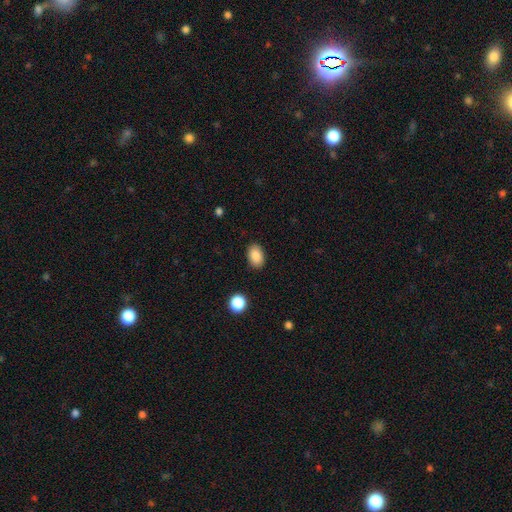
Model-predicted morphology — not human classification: Smooth or featured?
  - smooth: 87% *
  - star or artifact: 8%
  - featured or disk: 5%
How rounded?
  - in between: 85% *
  - round: 14%
  - cigar-shaped: 1%
Merging?
  - none: 88% *
  - minor disturbance: 9%
  - major disturbance: 2%
  - merger: 1%